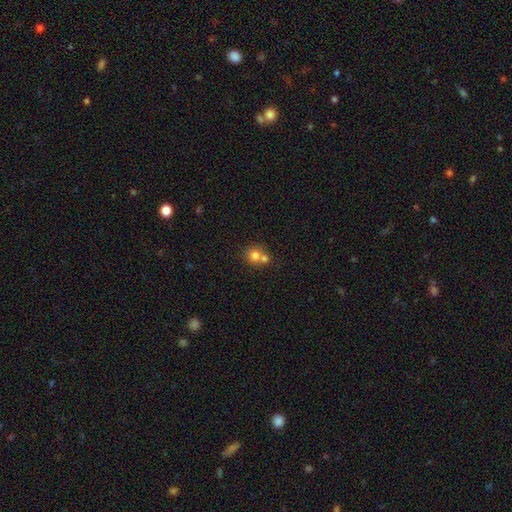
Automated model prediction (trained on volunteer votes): Smooth or featured? smooth (77%)
How rounded? round (84%)
Merging? merger (49%)